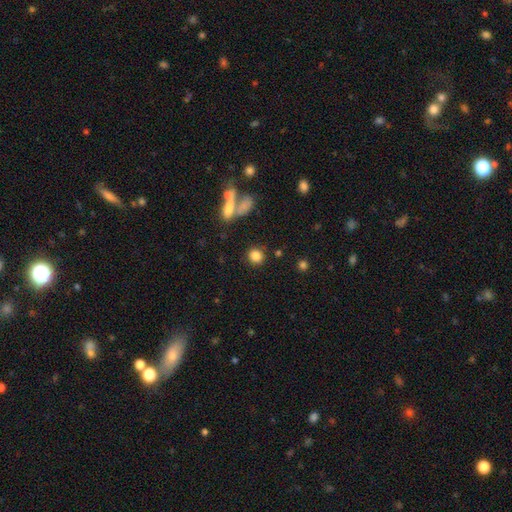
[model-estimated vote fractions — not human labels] Smooth or featured?
  - smooth: 84% *
  - star or artifact: 10%
  - featured or disk: 6%
How rounded?
  - round: 81% *
  - in between: 18%
  - cigar-shaped: 2%
Merging?
  - none: 82% *
  - minor disturbance: 8%
  - merger: 7%
  - major disturbance: 4%